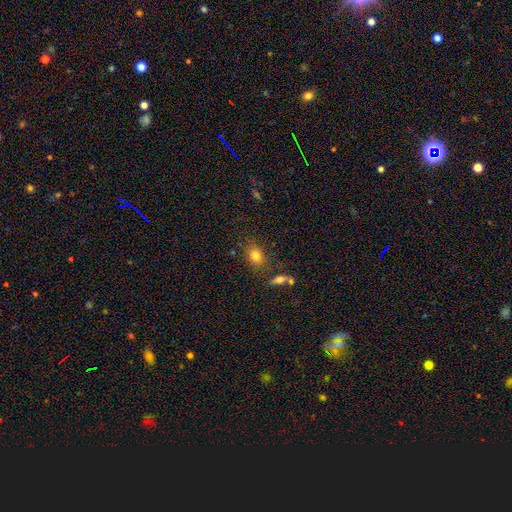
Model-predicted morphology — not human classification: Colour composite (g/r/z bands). It shows a smooth galaxy with no disk features (80%) that is in between round and cigar-shaped (64%). Merging: none (77%).